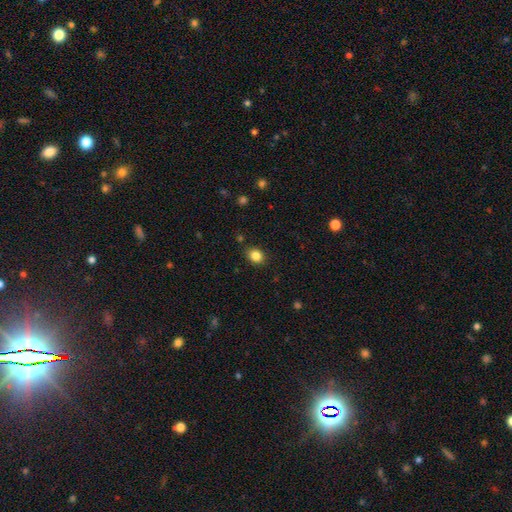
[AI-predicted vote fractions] Overall: smooth (84%). How rounded: round (55%; in between 44%). Merging: none (85%).